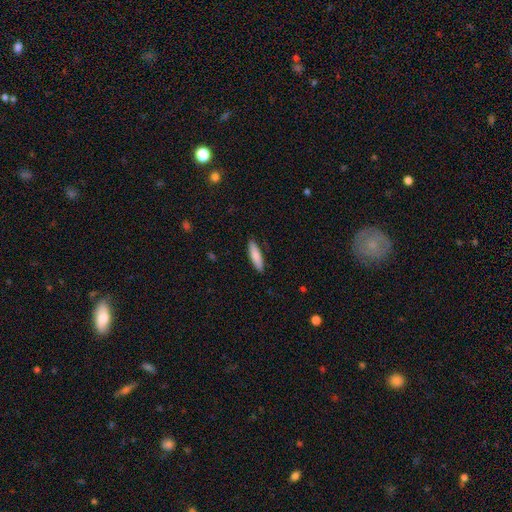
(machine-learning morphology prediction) smooth-or-featured: smooth: 83% | featured or disk: 12% | star or artifact: 5%
  how-rounded: cigar-shaped: 68% | in between: 31% | round: 1%
  merging: none: 88% | minor disturbance: 9% | major disturbance: 2% | merger: 1%